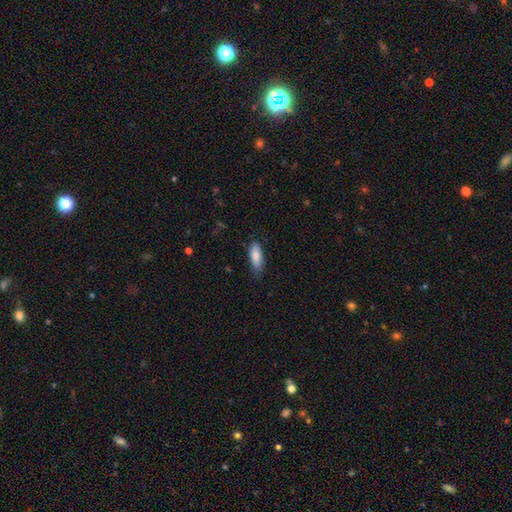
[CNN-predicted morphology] Overall: smooth (85%). How rounded: in between (67%; cigar-shaped 31%). Merging: none (73%).